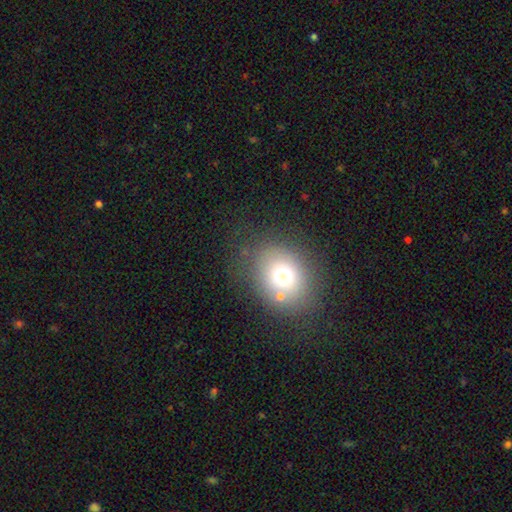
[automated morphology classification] Smooth or featured: smooth — 67% (star or artifact — 18%)
How rounded: round — 60% (in between — 39%)
Merging: none — 72% (minor disturbance — 14%)